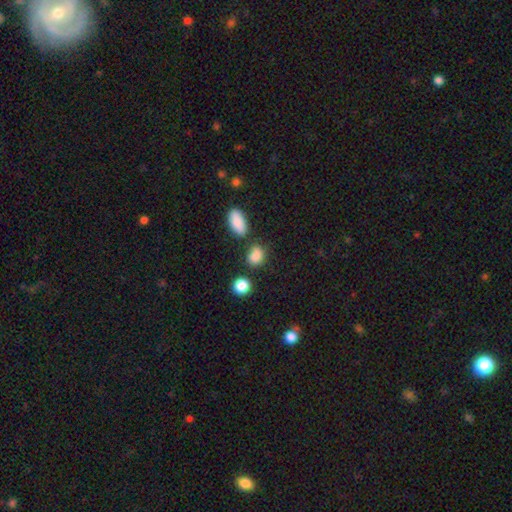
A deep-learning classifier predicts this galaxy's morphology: smooth-or-featured: smooth: 85% | star or artifact: 11% | featured or disk: 5%
  how-rounded: in between: 64% | round: 34% | cigar-shaped: 2%
  merging: none: 63% | minor disturbance: 19% | merger: 12% | major disturbance: 6%